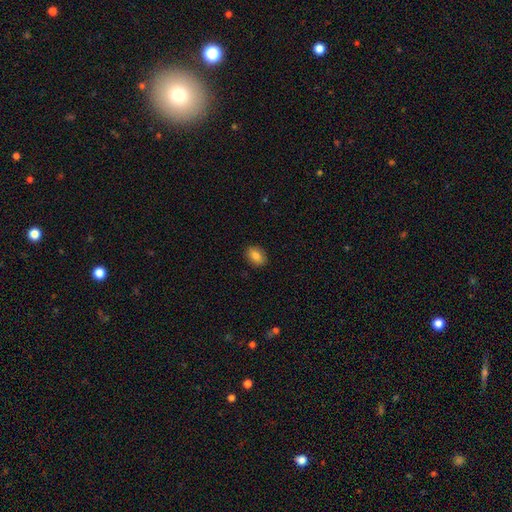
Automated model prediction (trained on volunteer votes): A smooth galaxy with no disk features (84%) that is in between round and cigar-shaped (75%). Merging: none (89%).